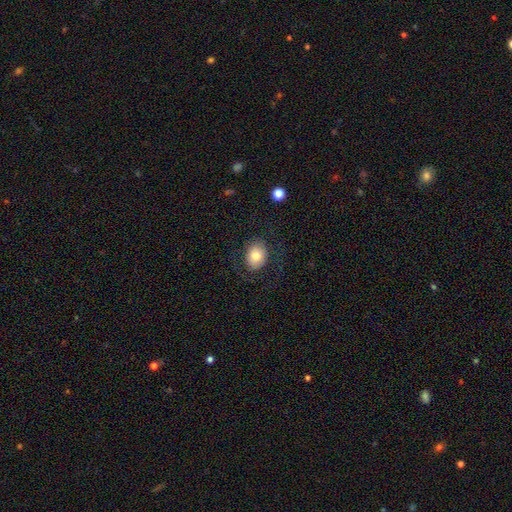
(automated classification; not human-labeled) The model was most divided on "how rounded": in between: 70%, round: 30%, cigar-shaped: 1%. More confident: smooth or featured — smooth (78%); merging — none (77%).